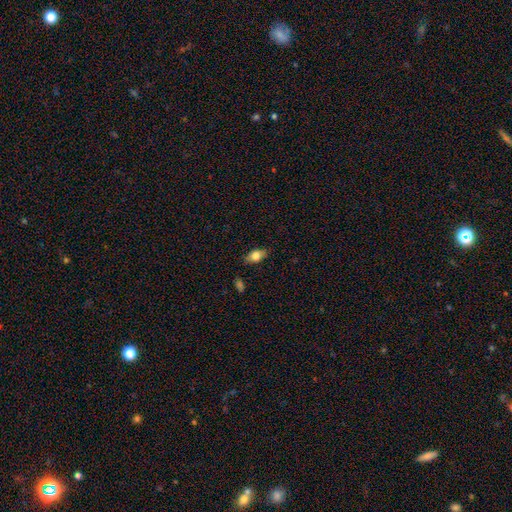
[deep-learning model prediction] A smooth galaxy with no disk features (75%) that is in between round and cigar-shaped (85%).

Vote fractions:
- Smooth or featured? smooth: 75% / featured or disk: 17% / star or artifact: 8%
- How rounded? in between: 85% / round: 8% / cigar-shaped: 7%
- Merging? none: 83% / minor disturbance: 13% / major disturbance: 3% / merger: 1%